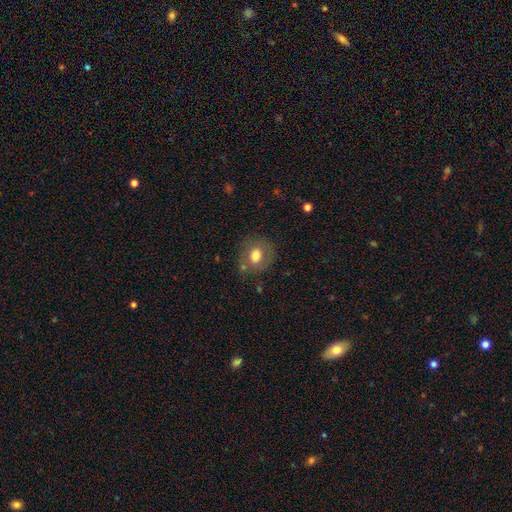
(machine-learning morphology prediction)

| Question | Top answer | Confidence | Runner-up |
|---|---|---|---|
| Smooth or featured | smooth | 71% | featured or disk (19%) |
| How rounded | round | 68% | in between (31%) |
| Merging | none | 73% | minor disturbance (16%) |